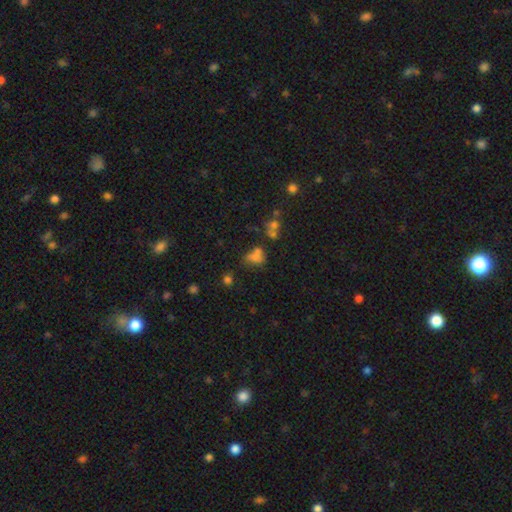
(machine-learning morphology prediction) Overall: smooth (57%; star or artifact 27%). How rounded: in between (67%; round 29%). Merging: none (36%; merger 30%).